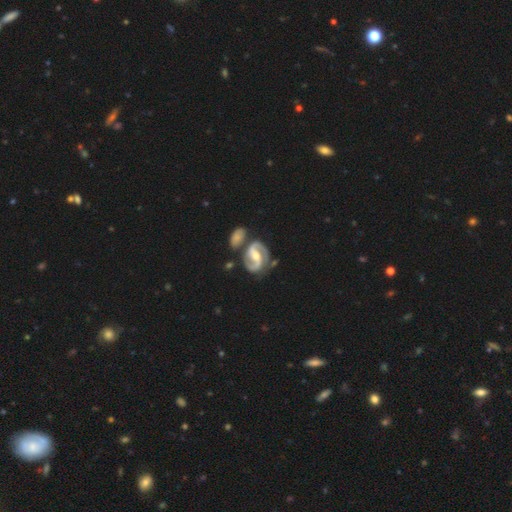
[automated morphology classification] This appears to be a featured or disk galaxy (91%) with a strong bar (43%), 2 (93%) medium (57%) spiral arms (98%) and a moderate central bulge (63%). Merging: none (64%).